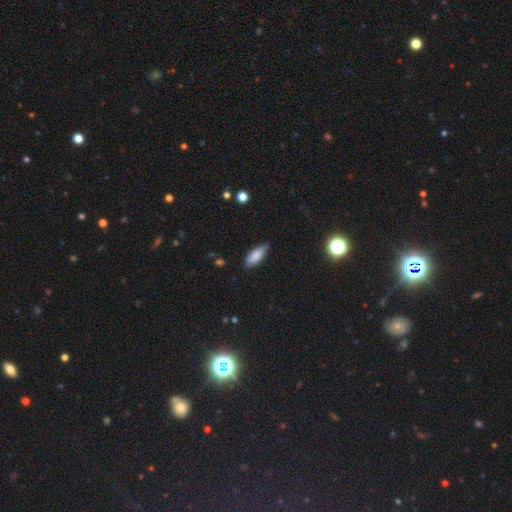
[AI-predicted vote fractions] A smooth galaxy with no disk features (84%) that is in between round and cigar-shaped (73%).

Vote fractions:
- Smooth or featured? smooth: 84% / featured or disk: 9% / star or artifact: 7%
- How rounded? in between: 73% / cigar-shaped: 25% / round: 2%
- Merging? none: 81% / minor disturbance: 15% / major disturbance: 2% / merger: 1%